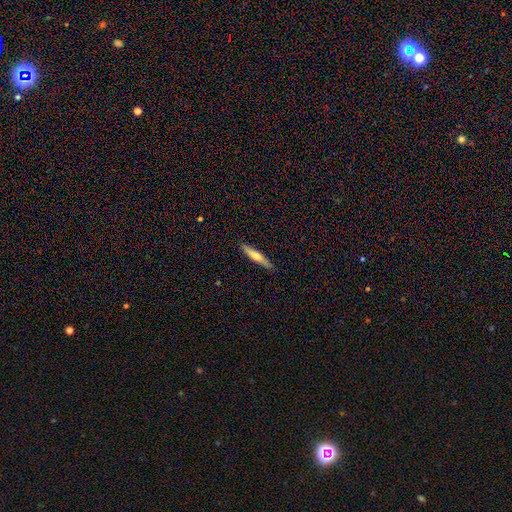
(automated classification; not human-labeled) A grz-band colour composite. It shows a smooth galaxy with no disk features (54%) that is cigar-shaped (89%). Merging: none (89%).